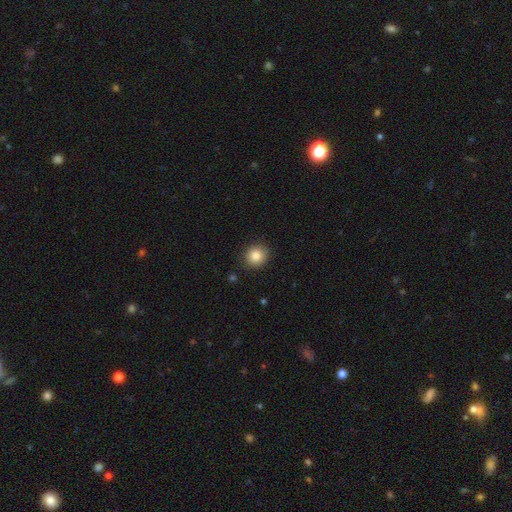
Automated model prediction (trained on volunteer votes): A smooth galaxy with no disk features (85%) that is round (88%).

Vote fractions:
- Smooth or featured? smooth: 85% / star or artifact: 10% / featured or disk: 5%
- How rounded? round: 88% / in between: 11% / cigar-shaped: 1%
- Merging? none: 90% / minor disturbance: 7% / major disturbance: 2% / merger: 1%